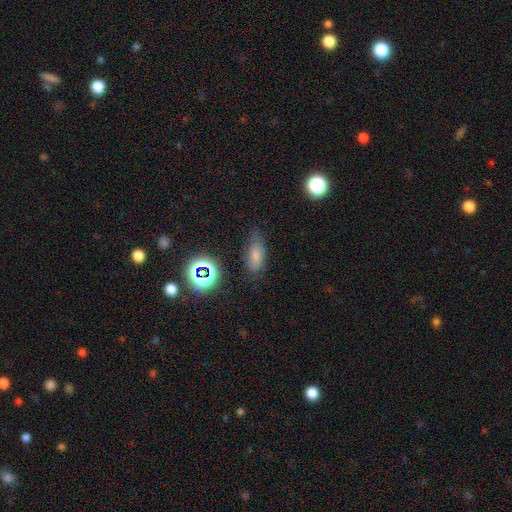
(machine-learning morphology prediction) Smooth or featured: smooth — 66% (star or artifact — 18%)
How rounded: in between — 85% (cigar-shaped — 8%)
Merging: none — 66% (minor disturbance — 23%)